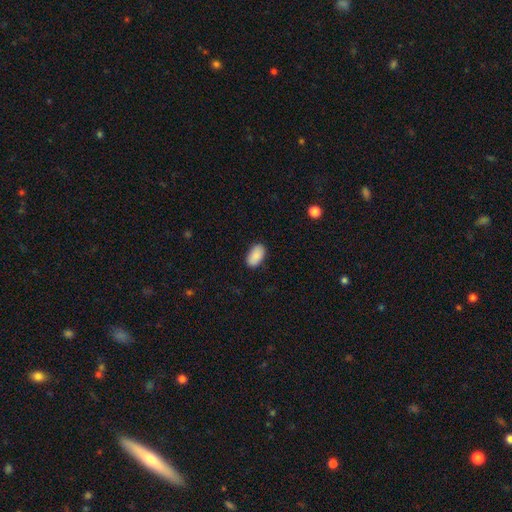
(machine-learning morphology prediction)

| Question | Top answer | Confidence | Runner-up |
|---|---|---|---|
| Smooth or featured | smooth | 90% | star or artifact (6%) |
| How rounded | in between | 95% | round (4%) |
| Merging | none | 87% | minor disturbance (9%) |